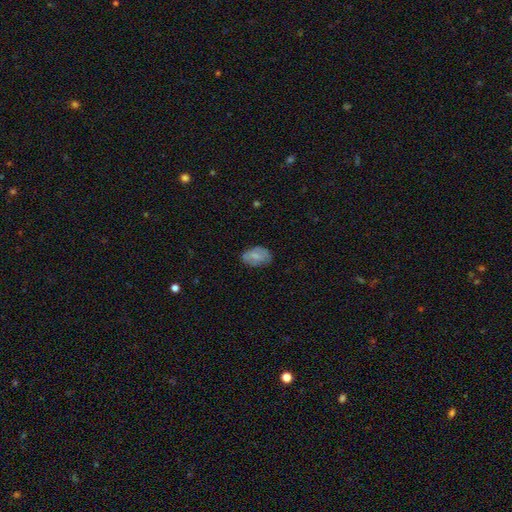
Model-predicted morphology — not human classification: smooth 72%, featured or disk 20%, star or artifact 8%. Down the decision tree: how rounded — in between (89%); merging — none (72%).